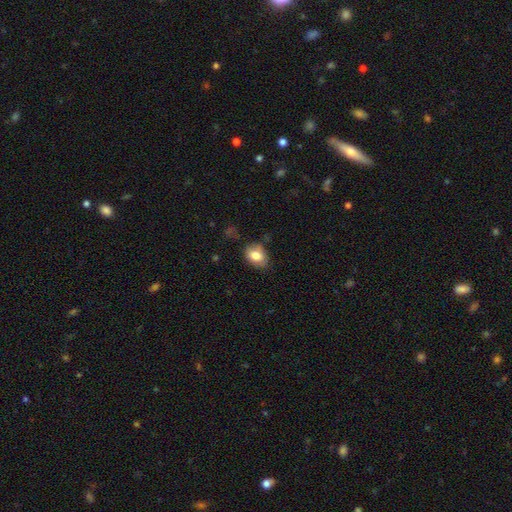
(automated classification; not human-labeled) Smooth or featured? smooth (79%)
How rounded? in between (73%)
Merging? none (65%)